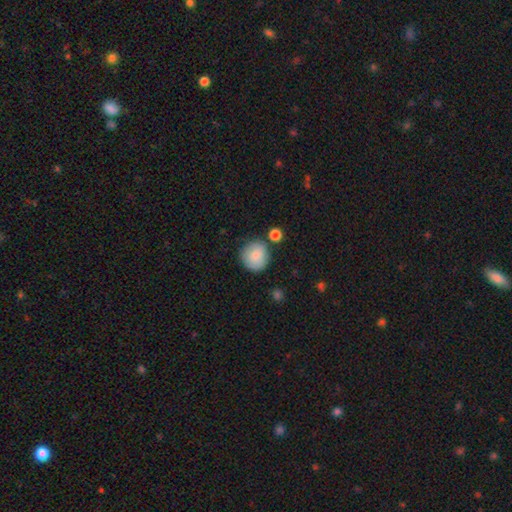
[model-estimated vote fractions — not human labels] The model was most divided on "merging": none: 75%, minor disturbance: 14%, merger: 7%, major disturbance: 4%. More confident: how rounded — round (89%); smooth or featured — smooth (84%).